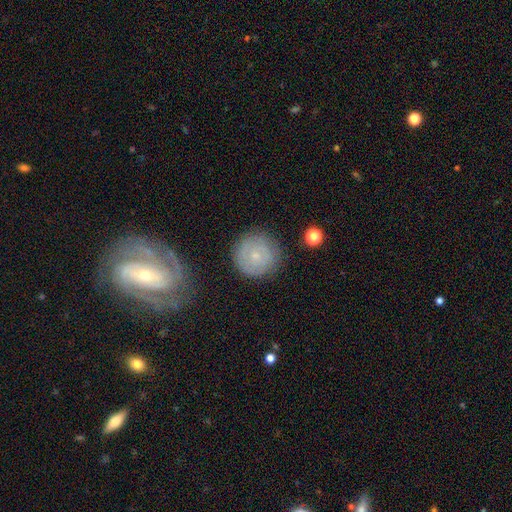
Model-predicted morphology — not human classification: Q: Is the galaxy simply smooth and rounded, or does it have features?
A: smooth — 54%.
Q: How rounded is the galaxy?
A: round — 94%.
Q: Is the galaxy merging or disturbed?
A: none — 82%.